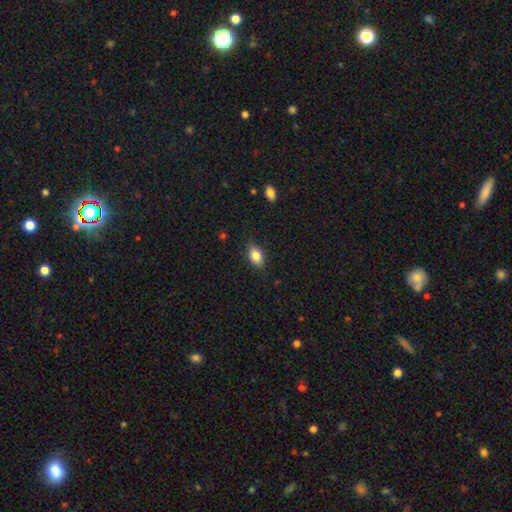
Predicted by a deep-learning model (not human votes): Overall: smooth (80%). How rounded: in between (84%). Merging: none (80%).